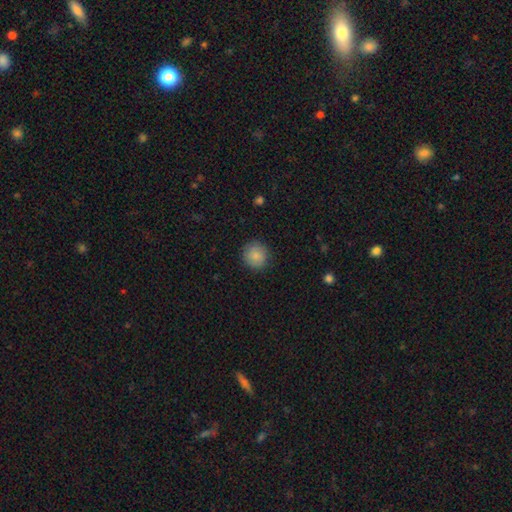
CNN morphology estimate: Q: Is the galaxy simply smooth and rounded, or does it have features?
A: smooth — 85%.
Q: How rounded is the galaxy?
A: round — 92%.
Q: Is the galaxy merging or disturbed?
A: none — 88%.